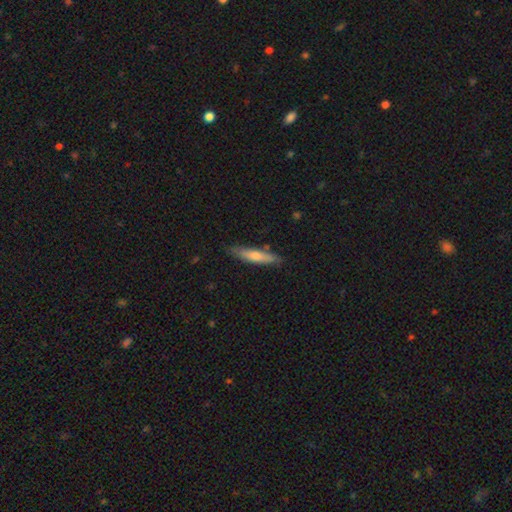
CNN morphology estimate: Smooth or featured?
  - smooth: 62% *
  - featured or disk: 32%
  - star or artifact: 6%
How rounded?
  - cigar-shaped: 87% *
  - in between: 12%
  - round: 1%
Merging?
  - none: 83% *
  - minor disturbance: 13%
  - major disturbance: 2%
  - merger: 2%